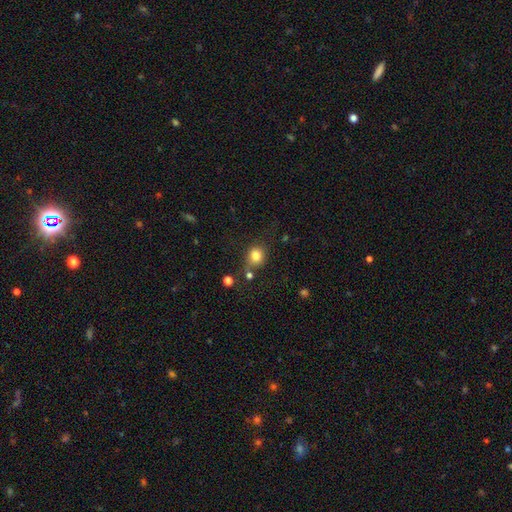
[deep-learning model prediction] Smooth or featured? smooth (81%)
How rounded? round (76%)
Merging? none (70%)